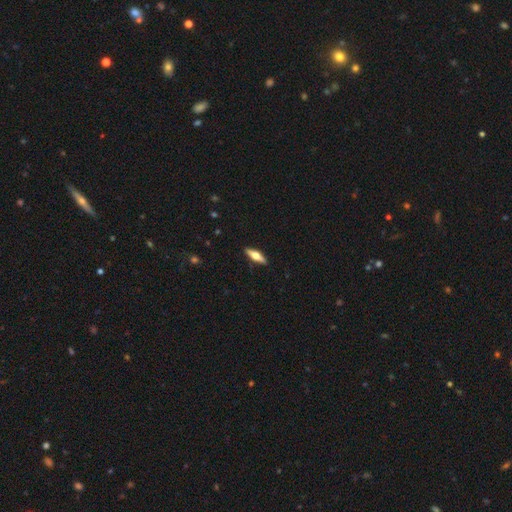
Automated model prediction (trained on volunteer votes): Smooth or featured? Predicted: featured or disk (p=0.53). Edge-on disk? Predicted: yes (p=0.93). Merging? Predicted: none (p=0.90).